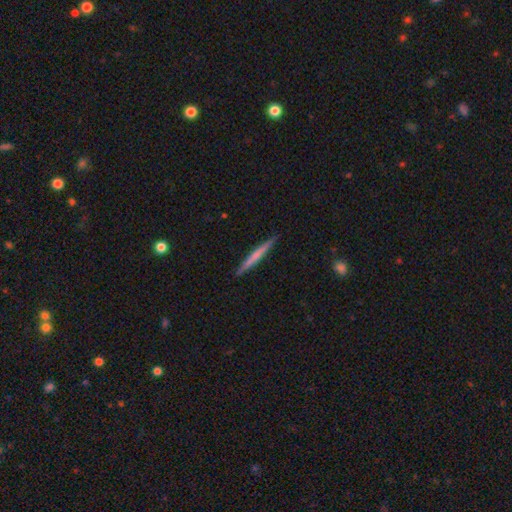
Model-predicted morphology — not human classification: smooth-or-featured: smooth: 52% | featured or disk: 43% | star or artifact: 5%
  how-rounded: cigar-shaped: 96% | in between: 2% | round: 1%
  merging: none: 91% | minor disturbance: 6% | major disturbance: 1% | merger: 1%